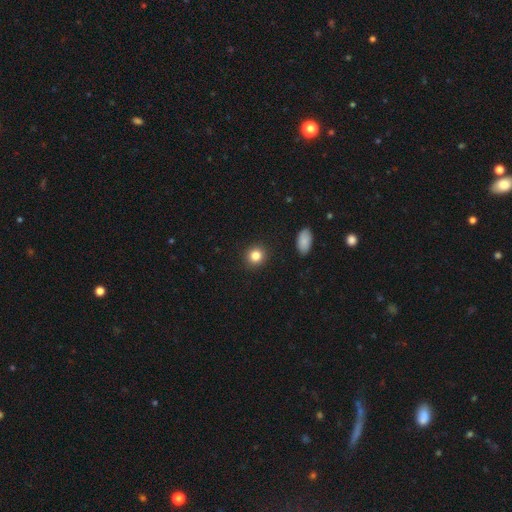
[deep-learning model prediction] The model was most divided on "how rounded": round: 86%, in between: 13%, cigar-shaped: 1%. More confident: merging — none (91%); smooth or featured — smooth (84%).